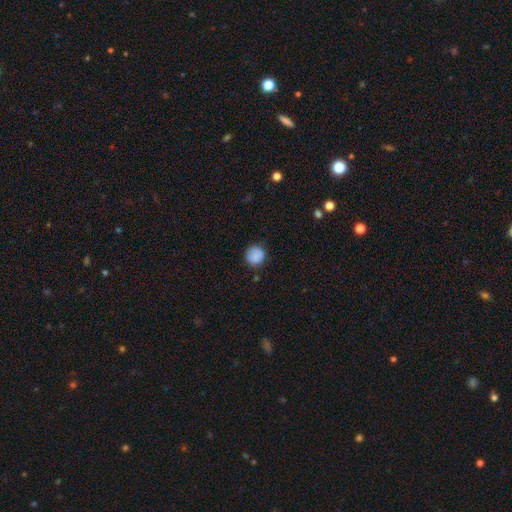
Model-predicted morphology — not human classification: smooth_or_featured: smooth (p=0.85) [alt: star or artifact p=0.08]
how_rounded: round (p=0.92) [alt: in between p=0.07]
merging: none (p=0.81) [alt: minor disturbance p=0.14]